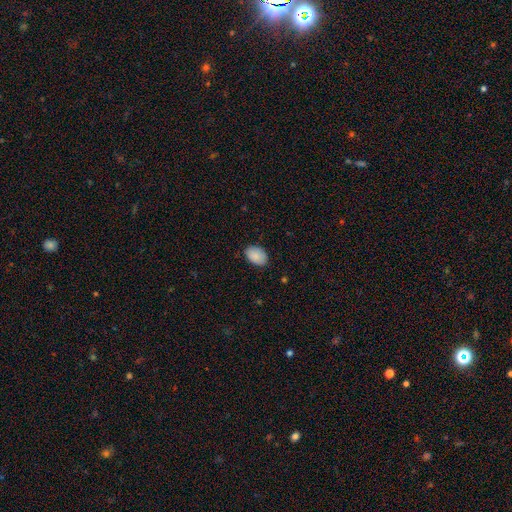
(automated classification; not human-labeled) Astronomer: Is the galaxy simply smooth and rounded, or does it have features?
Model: smooth — 88%.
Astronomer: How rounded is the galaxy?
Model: in between — 86%.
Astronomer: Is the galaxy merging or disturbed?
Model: none — 82%.